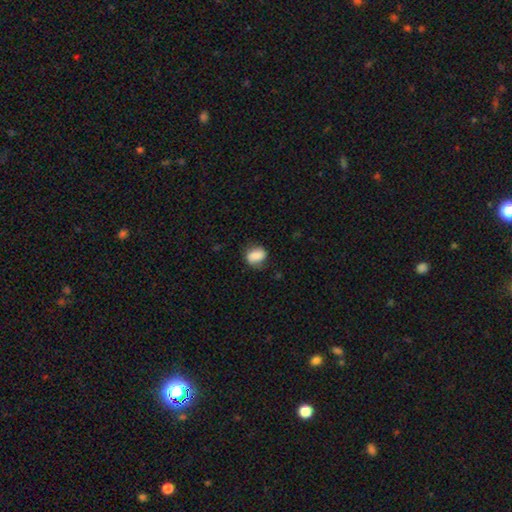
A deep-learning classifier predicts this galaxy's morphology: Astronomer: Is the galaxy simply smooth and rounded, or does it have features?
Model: smooth — 78%.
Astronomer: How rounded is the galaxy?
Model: in between — 64%.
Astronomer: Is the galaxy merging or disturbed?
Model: none — 66%.